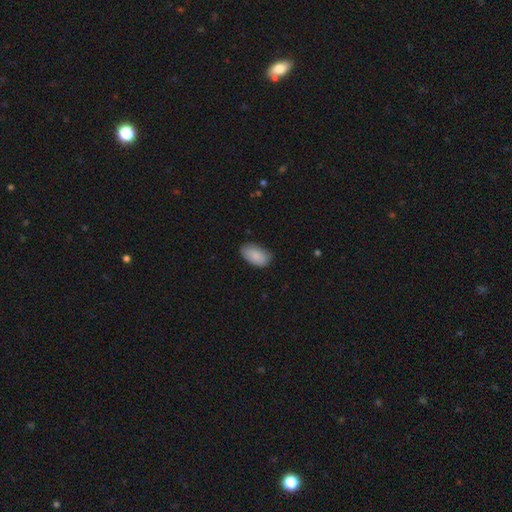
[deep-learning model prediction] This appears to be a smooth galaxy with no disk features (87%) that is in between round and cigar-shaped (94%). Merging: none (77%).